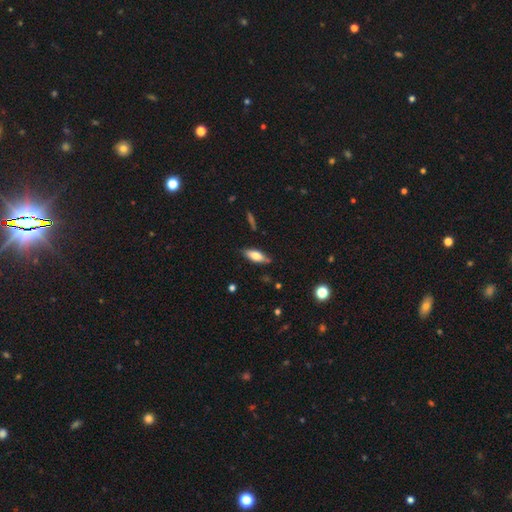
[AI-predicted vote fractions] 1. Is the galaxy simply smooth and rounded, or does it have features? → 65% smooth, 28% featured or disk, 7% star or artifact.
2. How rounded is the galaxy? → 71% in between, 26% cigar-shaped, 2% round.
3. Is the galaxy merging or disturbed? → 81% none, 15% minor disturbance, 3% major disturbance, 2% merger.